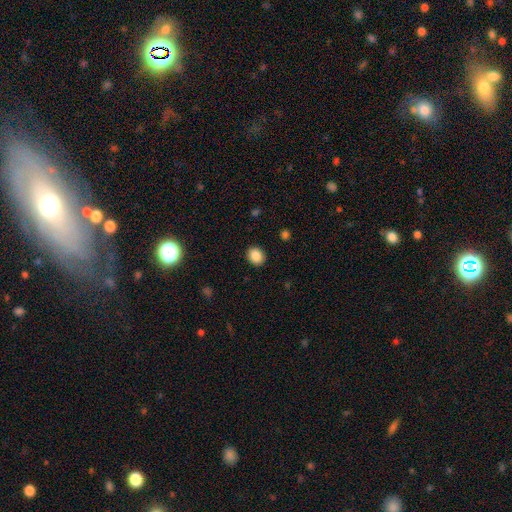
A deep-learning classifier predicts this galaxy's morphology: Q: Smooth or featured?
A: smooth (87%); runner-up: star or artifact (9%)
Q: How rounded?
A: round (65%); runner-up: in between (34%)
Q: Merging?
A: none (91%); runner-up: minor disturbance (6%)